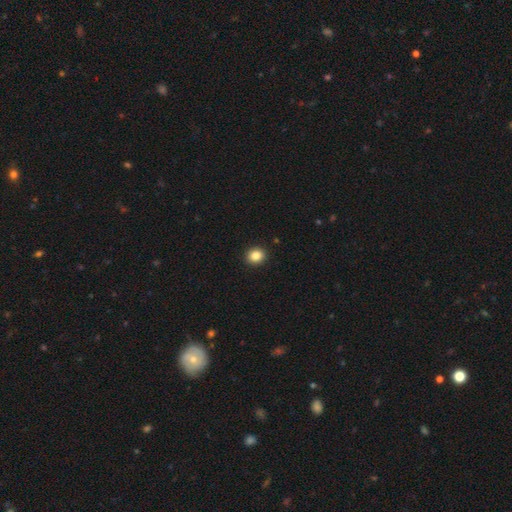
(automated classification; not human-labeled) Q: Smooth or featured?
A: smooth (86%); runner-up: star or artifact (10%)
Q: How rounded?
A: round (71%); runner-up: in between (28%)
Q: Merging?
A: none (92%); runner-up: minor disturbance (5%)